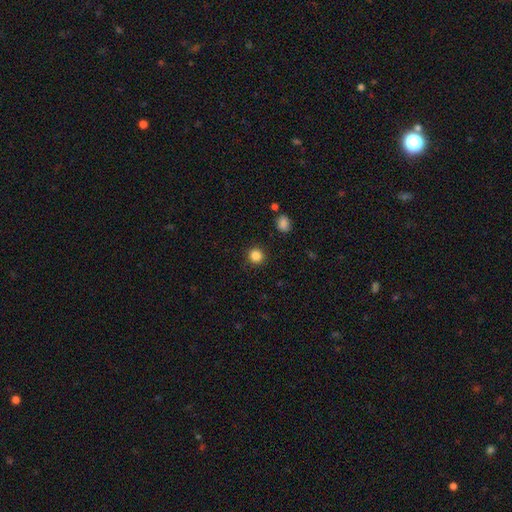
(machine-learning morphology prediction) Smooth or featured? Predicted: smooth (p=0.85). How rounded? Predicted: round (p=0.92). Merging? Predicted: none (p=0.91).